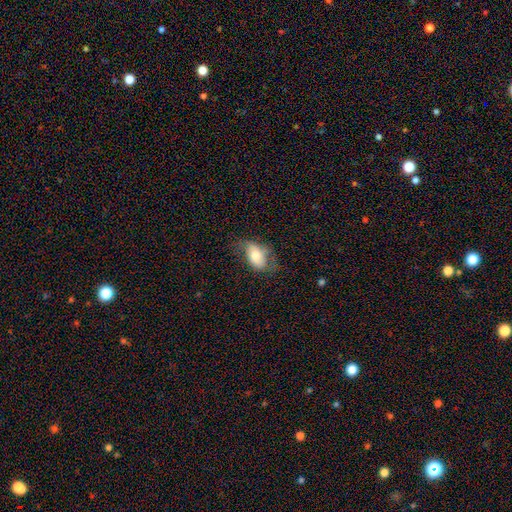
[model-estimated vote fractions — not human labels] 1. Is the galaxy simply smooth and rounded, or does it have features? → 63% smooth, 29% featured or disk, 8% star or artifact.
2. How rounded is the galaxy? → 89% in between, 9% round, 2% cigar-shaped.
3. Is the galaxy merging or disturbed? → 48% none, 32% minor disturbance, 18% major disturbance, 2% merger.